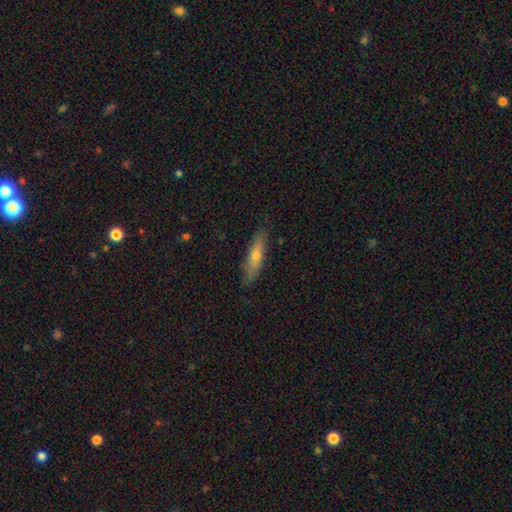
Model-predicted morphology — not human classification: smooth-or-featured: smooth: 58% | featured or disk: 35% | star or artifact: 6%
  how-rounded: cigar-shaped: 77% | in between: 21% | round: 2%
  merging: none: 84% | minor disturbance: 12% | major disturbance: 2% | merger: 1%